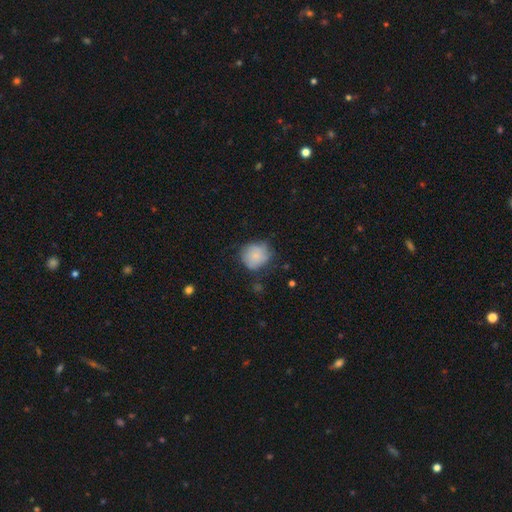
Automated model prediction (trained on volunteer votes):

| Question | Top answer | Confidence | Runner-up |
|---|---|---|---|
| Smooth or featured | smooth | 77% | featured or disk (15%) |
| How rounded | round | 80% | in between (19%) |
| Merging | none | 57% | minor disturbance (31%) |